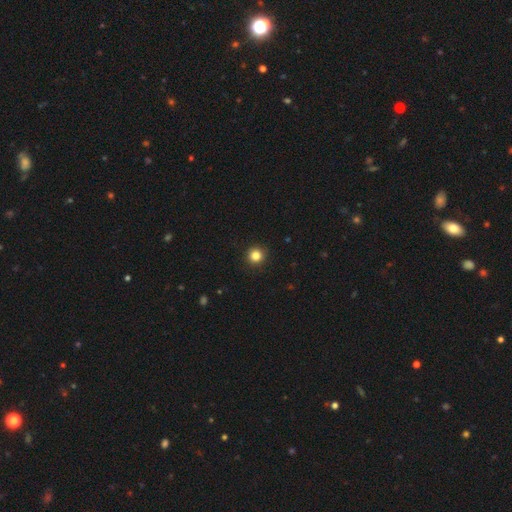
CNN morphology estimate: A smooth galaxy with no disk features (84%) that is round (95%).

Vote fractions:
- Smooth or featured? smooth: 84% / star or artifact: 12% / featured or disk: 4%
- How rounded? round: 95% / in between: 4% / cigar-shaped: 1%
- Merging? none: 92% / minor disturbance: 5% / major disturbance: 2% / merger: 1%